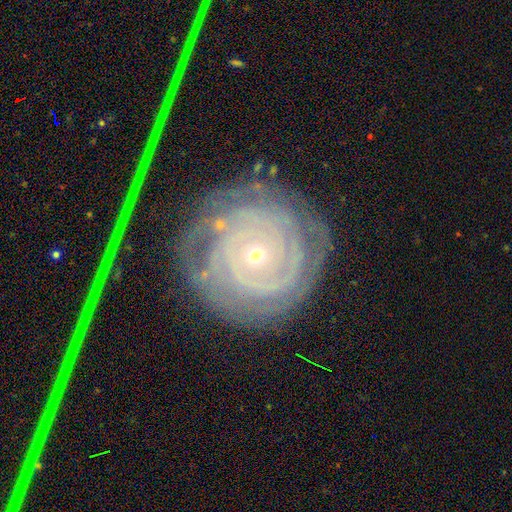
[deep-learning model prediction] The model was most divided on "spiral arm count": can't tell: 24%, 3: 22%, 2: 21%, 4: 16%, more than 4: 9%, 1: 7%. More confident: edge-on disk — no (98%); spiral arms — yes (96%); smooth or featured — featured or disk (87%); spiral winding — tight (86%); bulge size — small (81%); merging — none (79%); bar — no (77%).